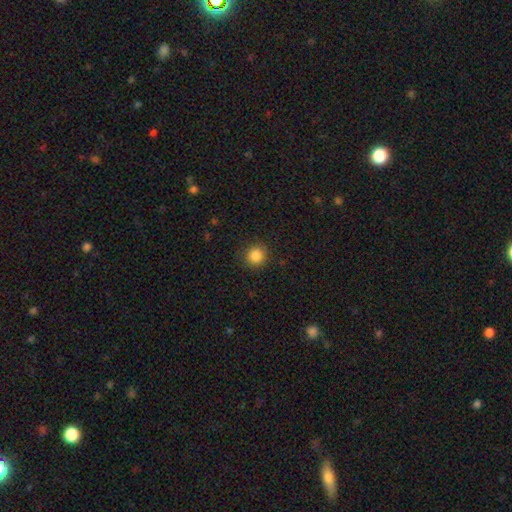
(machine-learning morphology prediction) This appears to be a smooth galaxy with no disk features (85%) that is round (93%). Merging: none (90%).